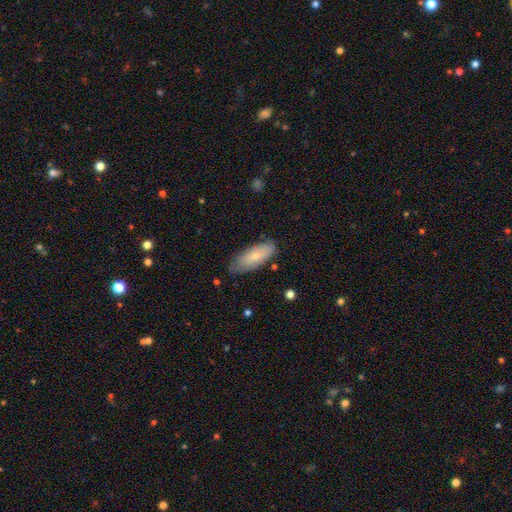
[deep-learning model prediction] Smooth or featured?
  - smooth: 76% *
  - featured or disk: 18%
  - star or artifact: 6%
How rounded?
  - in between: 76% *
  - cigar-shaped: 22%
  - round: 2%
Merging?
  - none: 70% *
  - minor disturbance: 24%
  - major disturbance: 4%
  - merger: 2%